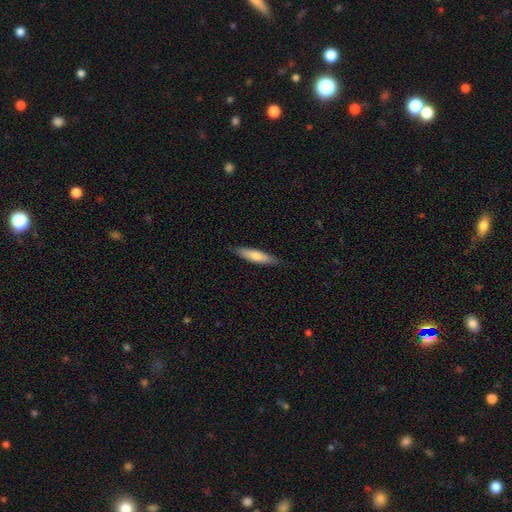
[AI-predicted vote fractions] A smooth galaxy with no disk features (69%) that is cigar-shaped (74%). Merging: none (87%).